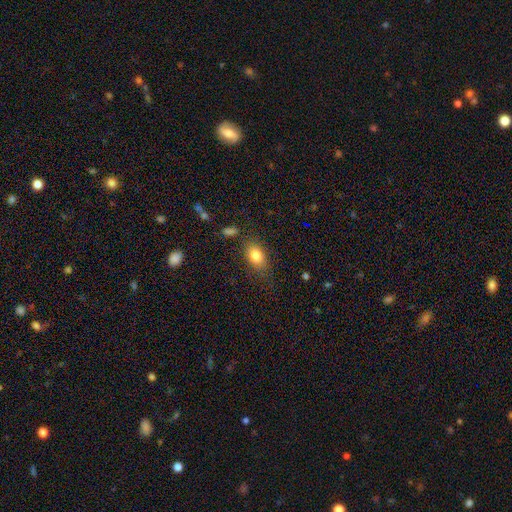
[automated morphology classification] Q: Smooth or featured?
A: smooth (81%); runner-up: featured or disk (9%)
Q: How rounded?
A: in between (80%); runner-up: round (18%)
Q: Merging?
A: none (76%); runner-up: minor disturbance (16%)